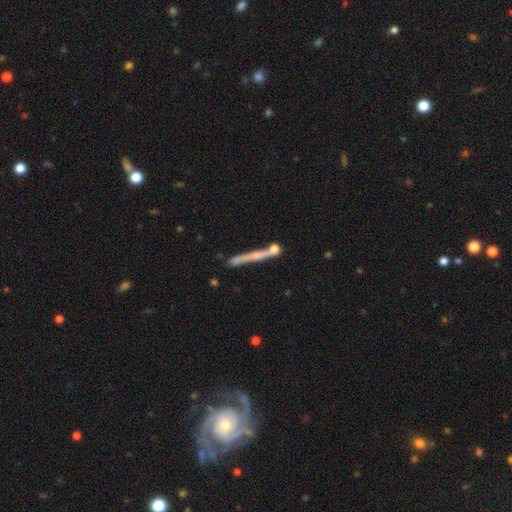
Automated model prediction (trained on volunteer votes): Smooth or featured? featured or disk (53%)
Edge-on disk? yes (92%)
Merging? none (69%)